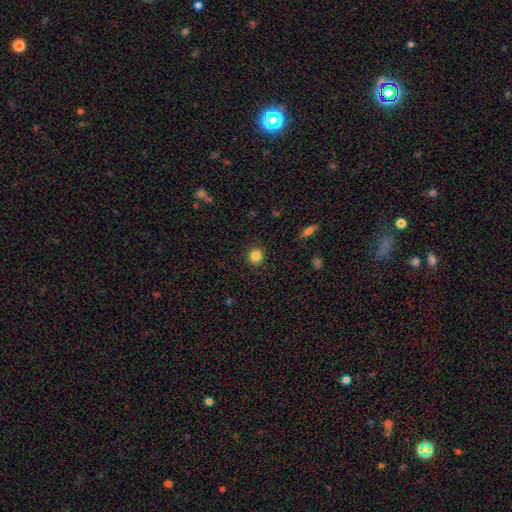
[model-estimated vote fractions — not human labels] A smooth galaxy with no disk features (84%) that is round (91%).

Vote fractions:
- Smooth or featured? smooth: 84% / star or artifact: 11% / featured or disk: 5%
- How rounded? round: 91% / in between: 8% / cigar-shaped: 1%
- Merging? none: 91% / minor disturbance: 6% / major disturbance: 2% / merger: 1%